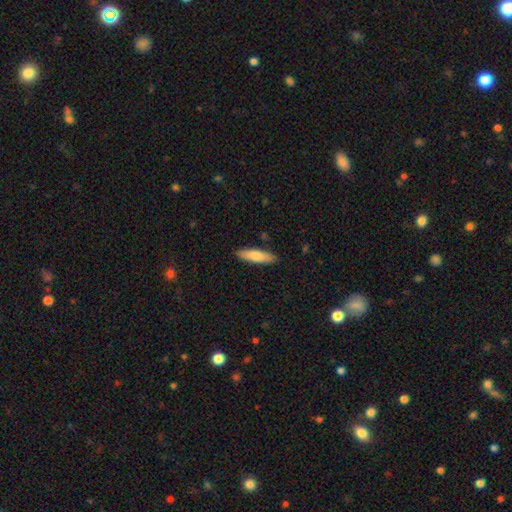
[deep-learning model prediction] smooth 75%, featured or disk 20%, star or artifact 5%. Down the decision tree: how rounded — cigar-shaped (64%); merging — none (89%).